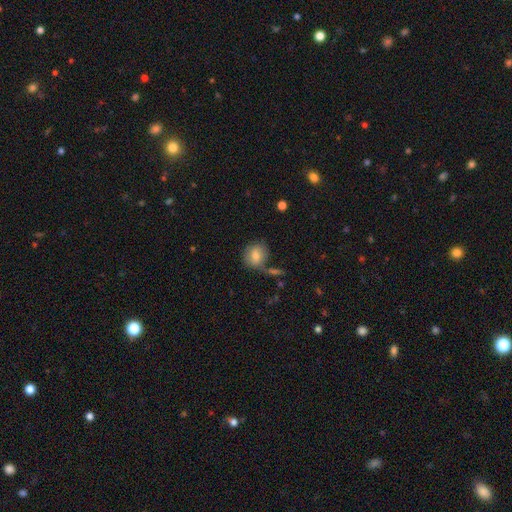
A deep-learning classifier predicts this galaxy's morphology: type=smooth (76%); roundness=round (75%); merging=none (64%).